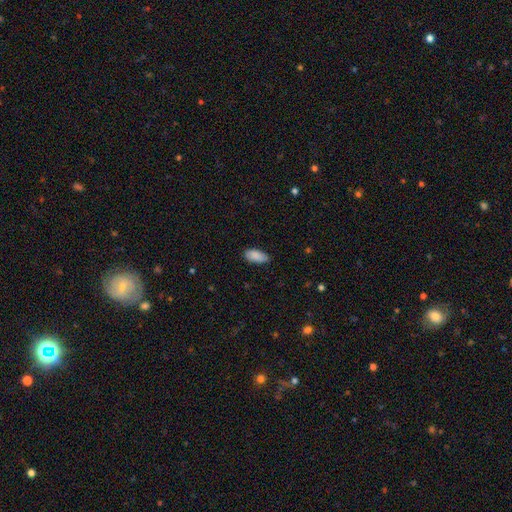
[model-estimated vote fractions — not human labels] smooth-or-featured: smooth: 89% | star or artifact: 6% | featured or disk: 5%
  how-rounded: in between: 90% | cigar-shaped: 8% | round: 2%
  merging: none: 79% | minor disturbance: 17% | major disturbance: 3% | merger: 1%